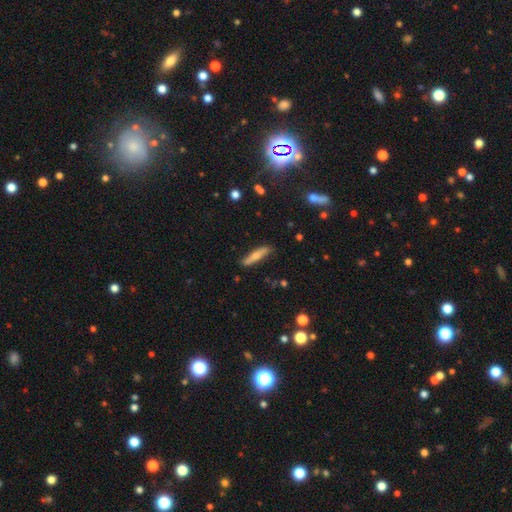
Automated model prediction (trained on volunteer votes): Smooth or featured? smooth (60%)
How rounded? cigar-shaped (85%)
Merging? none (84%)